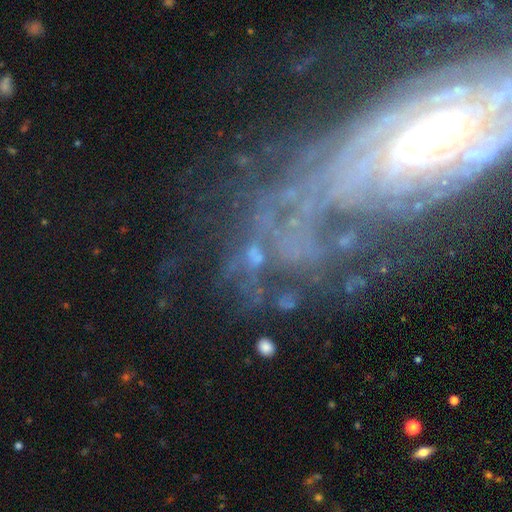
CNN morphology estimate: Overall: featured or disk (60%; star or artifact 26%). Edge-on disk: no (96%). Bar: no (72%). Spiral arms: yes (60%; no 40%). Bulge size: small (41%; none 37%). Merging: none (50%; major disturbance 24%).